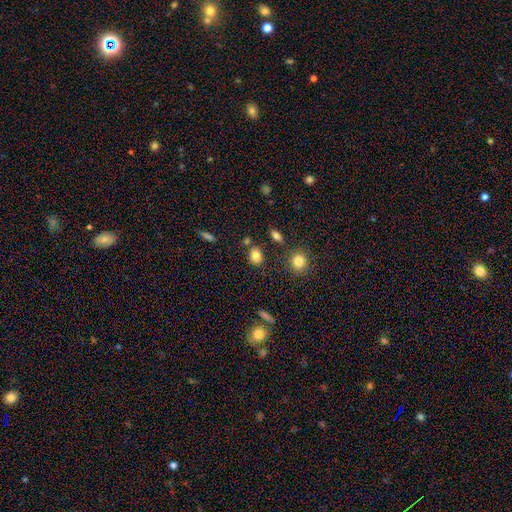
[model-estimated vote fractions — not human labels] Smooth or featured?
  - smooth: 81% *
  - star or artifact: 11%
  - featured or disk: 8%
How rounded?
  - in between: 54% *
  - round: 44%
  - cigar-shaped: 2%
Merging?
  - none: 76% *
  - minor disturbance: 12%
  - merger: 9%
  - major disturbance: 3%